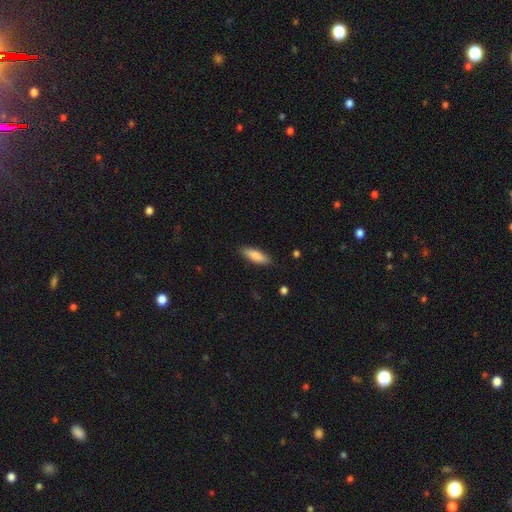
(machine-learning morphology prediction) A smooth galaxy with no disk features (84%) that is in between round and cigar-shaped (57%). Merging: none (85%).